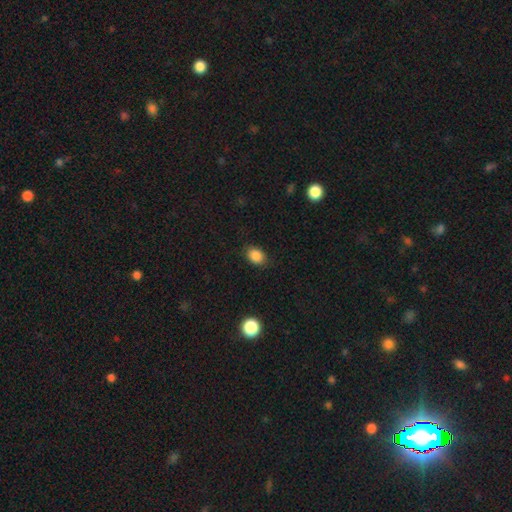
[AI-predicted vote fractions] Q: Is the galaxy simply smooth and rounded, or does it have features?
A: smooth — 86%.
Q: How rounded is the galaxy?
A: in between — 69%.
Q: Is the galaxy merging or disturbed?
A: none — 85%.